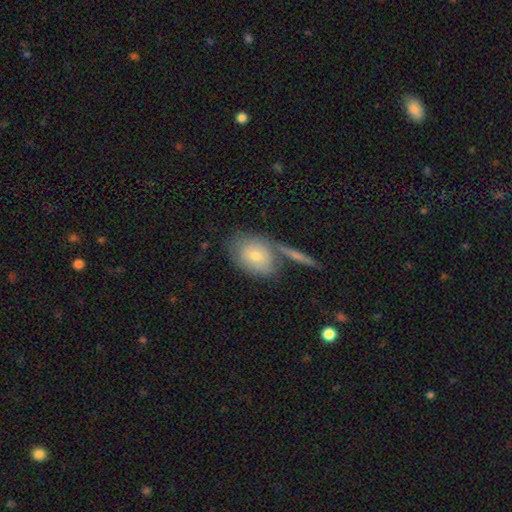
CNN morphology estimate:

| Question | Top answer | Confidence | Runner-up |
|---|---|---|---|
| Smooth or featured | smooth | 71% | featured or disk (22%) |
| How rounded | in between | 71% | round (27%) |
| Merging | none | 56% | merger (23%) |